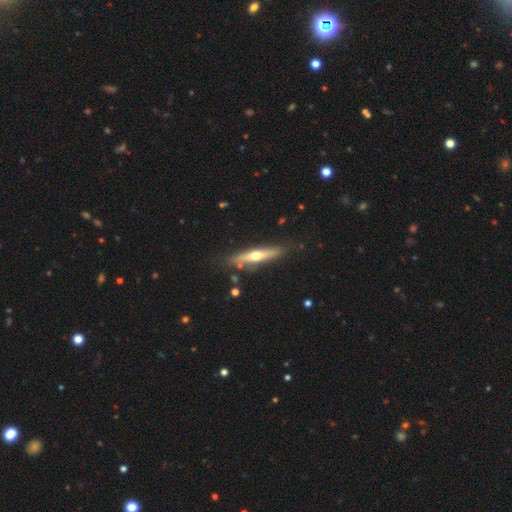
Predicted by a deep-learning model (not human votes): A featured or disk galaxy (57%) viewed edge-on (91%) with a rounded central bulge (90%). Merging: none (82%).